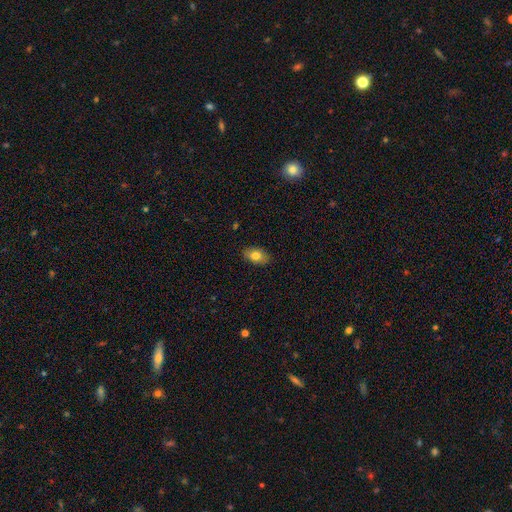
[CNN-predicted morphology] Overall: smooth (80%). How rounded: in between (90%). Merging: none (88%).